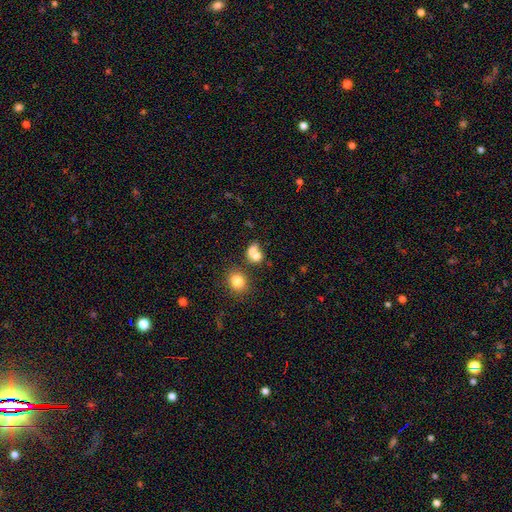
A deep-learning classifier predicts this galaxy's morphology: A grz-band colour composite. It shows a smooth galaxy with no disk features (73%) that is round (55%). Merging: merger (57%).